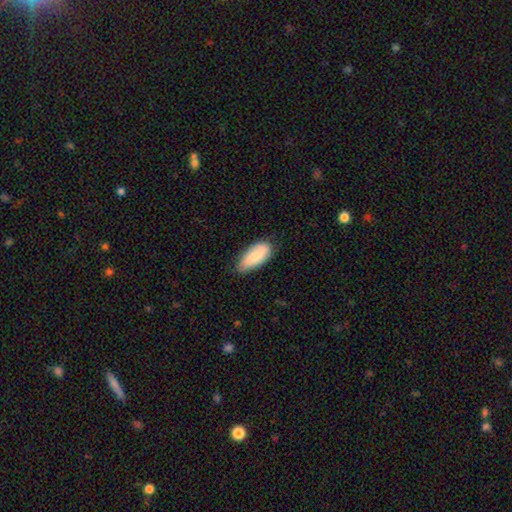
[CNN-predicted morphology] Smooth or featured?
  - smooth: 75% *
  - featured or disk: 19%
  - star or artifact: 6%
How rounded?
  - in between: 89% *
  - cigar-shaped: 9%
  - round: 2%
Merging?
  - none: 70% *
  - minor disturbance: 25%
  - major disturbance: 4%
  - merger: 1%